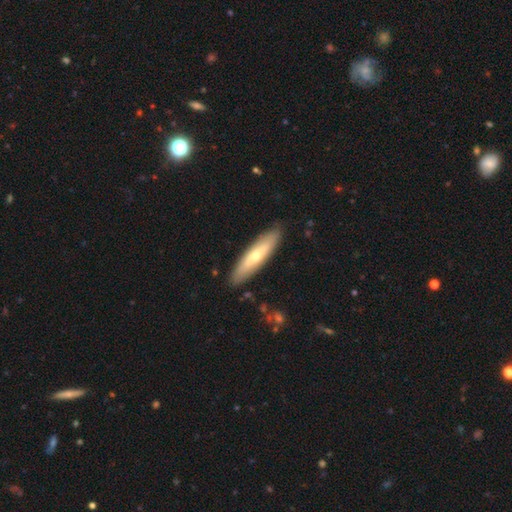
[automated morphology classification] Smooth or featured: smooth — 52% (featured or disk — 42%)
How rounded: cigar-shaped — 75% (in between — 24%)
Merging: none — 88% (minor disturbance — 9%)